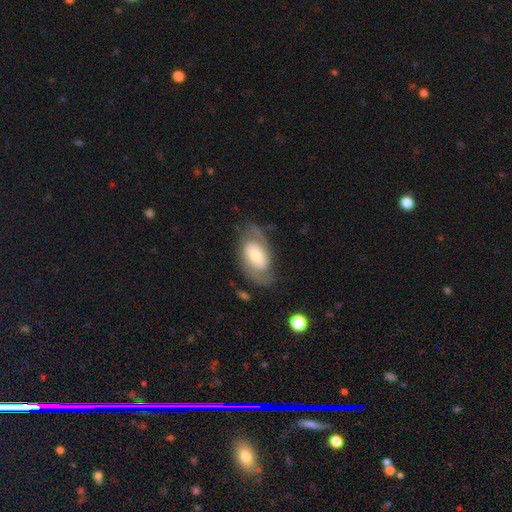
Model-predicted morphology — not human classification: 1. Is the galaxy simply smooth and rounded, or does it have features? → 69% featured or disk, 24% smooth, 6% star or artifact.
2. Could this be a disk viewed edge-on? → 95% no, 5% yes.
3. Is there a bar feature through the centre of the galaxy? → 53% no, 34% weak, 14% strong.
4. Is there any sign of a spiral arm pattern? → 82% yes, 18% no.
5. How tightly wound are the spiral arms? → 44% medium, 36% tight, 20% loose.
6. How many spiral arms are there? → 79% 2, 13% can't tell, 3% 1, 2% 3, 1% 4, 1% more than 4.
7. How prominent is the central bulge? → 50% moderate, 33% small, 13% large, 2% none, 2% dominant.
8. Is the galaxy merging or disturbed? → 70% none, 18% minor disturbance, 11% major disturbance, 2% merger.